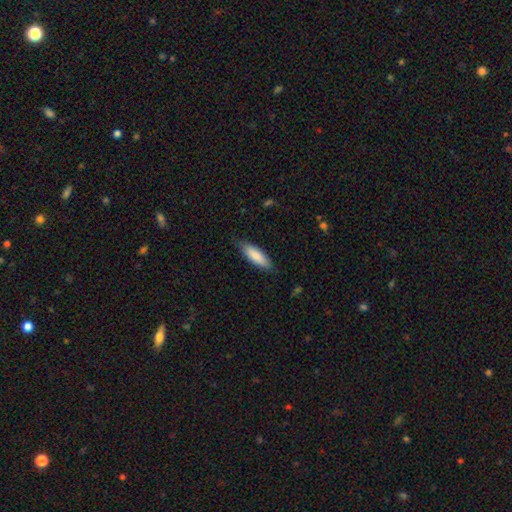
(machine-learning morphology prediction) smooth-or-featured: smooth: 85% | featured or disk: 9% | star or artifact: 5%
  how-rounded: in between: 51% | cigar-shaped: 48% | round: 1%
  merging: none: 81% | minor disturbance: 15% | major disturbance: 3% | merger: 1%